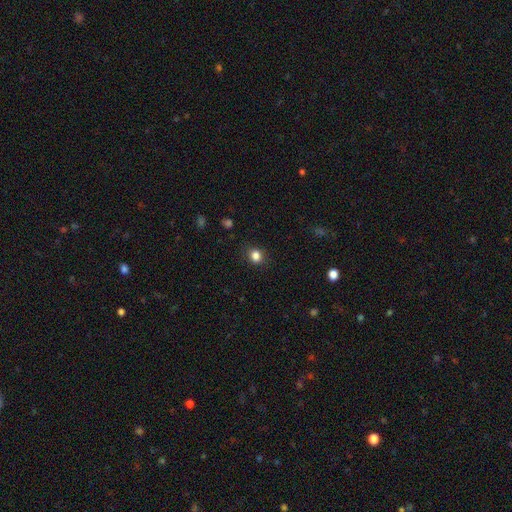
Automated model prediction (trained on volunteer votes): Smooth or featured? Predicted: smooth (p=0.84). How rounded? Predicted: round (p=0.71). Merging? Predicted: none (p=0.87).